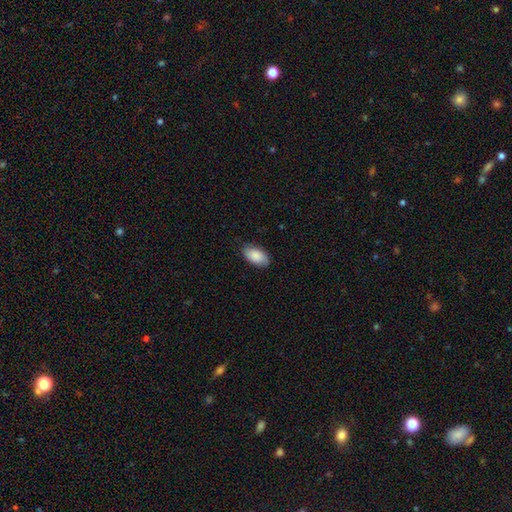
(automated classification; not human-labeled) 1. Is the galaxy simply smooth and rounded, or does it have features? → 81% smooth, 13% featured or disk, 6% star or artifact.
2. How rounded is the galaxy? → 95% in between, 4% round, 2% cigar-shaped.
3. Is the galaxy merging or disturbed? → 81% none, 15% minor disturbance, 3% major disturbance, 1% merger.